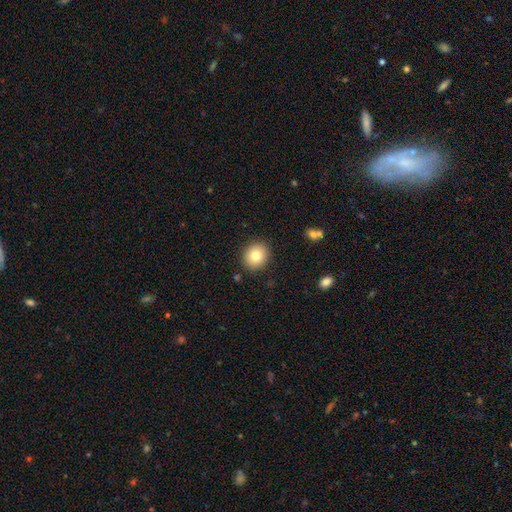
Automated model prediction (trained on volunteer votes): A smooth galaxy with no disk features (81%) that is round (75%). Merging: none (89%).